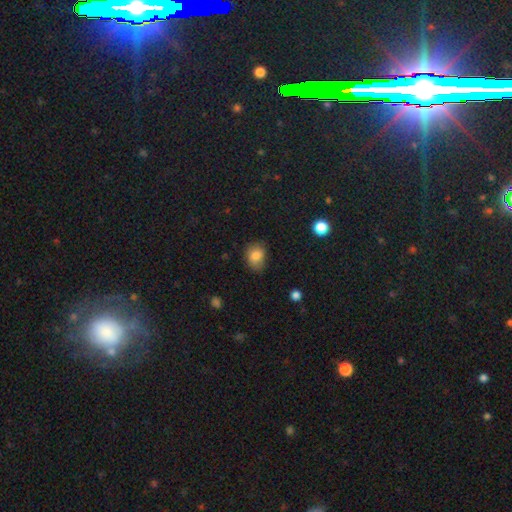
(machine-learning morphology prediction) This is clearly a smooth galaxy (82%). How rounded: possibly in between (56%). Merging: likely none (67%).